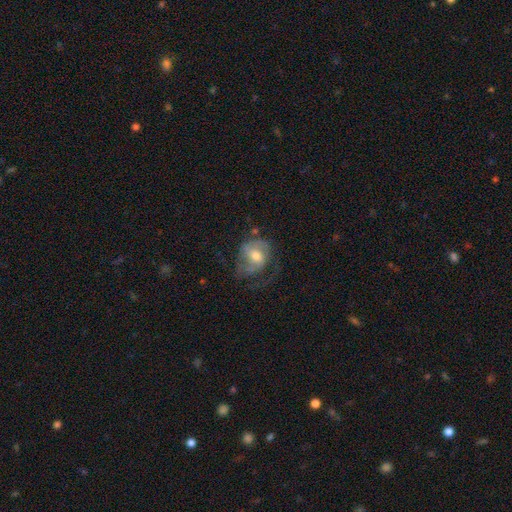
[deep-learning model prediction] The model was most divided on "merging": major disturbance: 38%, none: 36%, minor disturbance: 23%, merger: 3%. More confident: edge-on disk — no (97%); spiral arms — yes (72%); bulge size — moderate (67%); smooth or featured — featured or disk (58%); bar — no (53%).